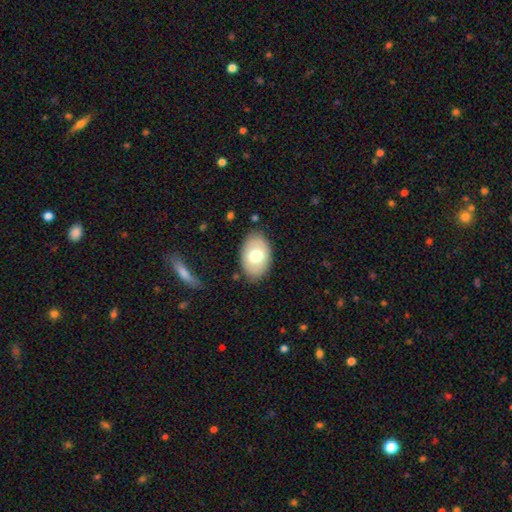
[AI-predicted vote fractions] Q: Smooth or featured?
A: smooth (67%); runner-up: featured or disk (27%)
Q: How rounded?
A: in between (87%); runner-up: round (12%)
Q: Merging?
A: none (82%); runner-up: minor disturbance (13%)